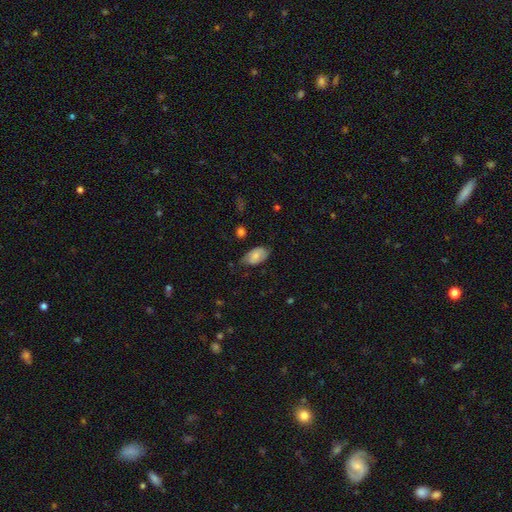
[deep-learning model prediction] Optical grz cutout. It shows a smooth galaxy with no disk features (69%) that is in between round and cigar-shaped (94%). Merging: none (64%).